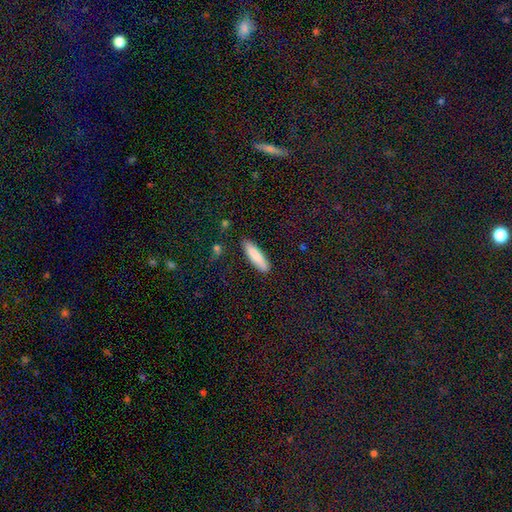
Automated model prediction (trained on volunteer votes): Smooth or featured: smooth — 85% (featured or disk — 9%)
How rounded: cigar-shaped — 75% (in between — 23%)
Merging: none — 87% (minor disturbance — 9%)